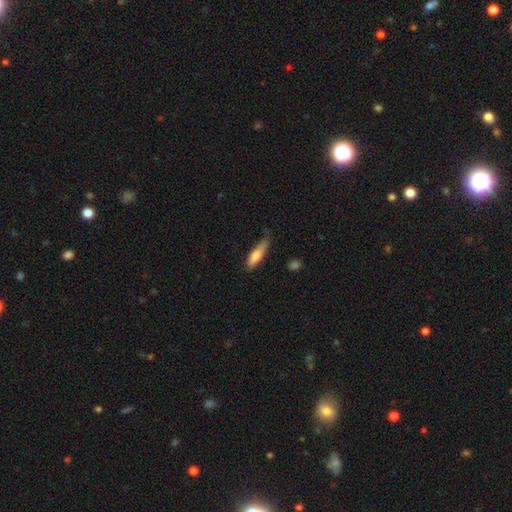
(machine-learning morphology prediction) Overall: smooth (76%). How rounded: cigar-shaped (64%; in between 33%). Merging: none (54%; minor disturbance 35%).